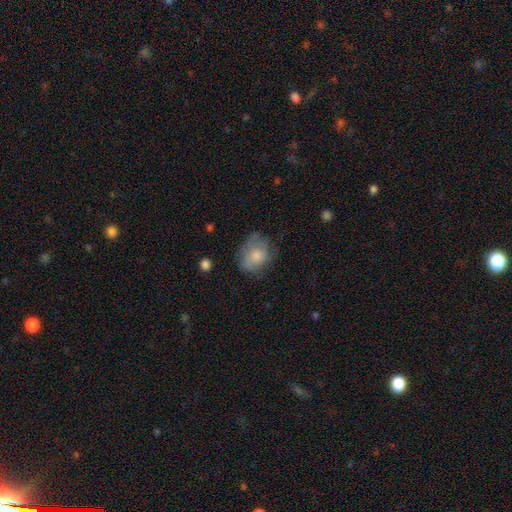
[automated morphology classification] Q: Smooth or featured?
A: smooth (74%); runner-up: featured or disk (19%)
Q: How rounded?
A: in between (52%); runner-up: round (47%)
Q: Merging?
A: none (56%); runner-up: minor disturbance (29%)